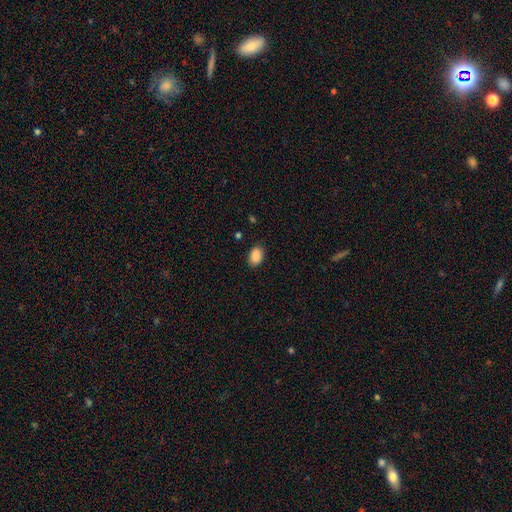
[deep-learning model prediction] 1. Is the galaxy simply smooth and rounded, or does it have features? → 89% smooth, 8% star or artifact, 3% featured or disk.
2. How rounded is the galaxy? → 84% in between, 15% round, 1% cigar-shaped.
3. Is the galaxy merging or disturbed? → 86% none, 11% minor disturbance, 2% major disturbance, 1% merger.